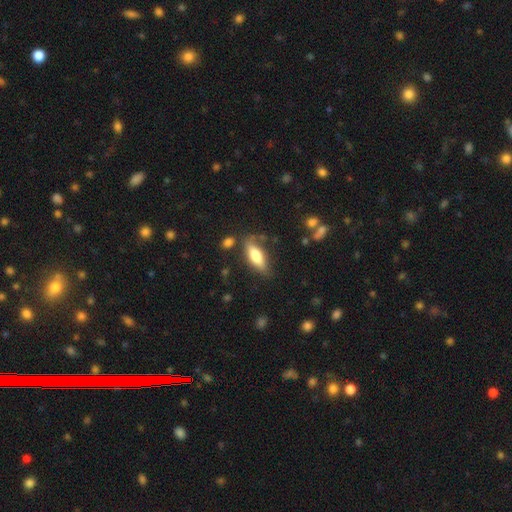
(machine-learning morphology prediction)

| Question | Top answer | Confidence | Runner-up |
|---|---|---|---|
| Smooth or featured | smooth | 67% | featured or disk (27%) |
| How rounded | in between | 62% | cigar-shaped (36%) |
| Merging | none | 71% | minor disturbance (19%) |